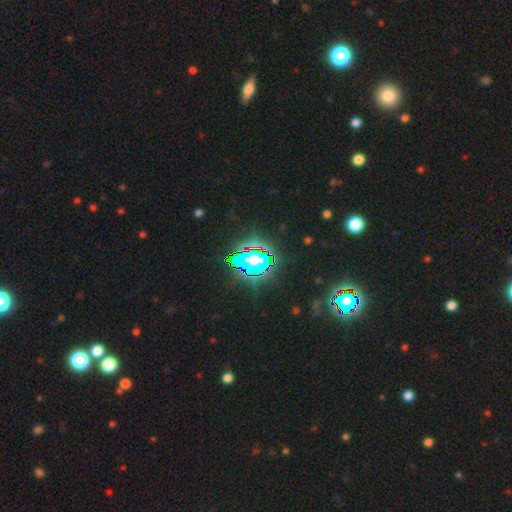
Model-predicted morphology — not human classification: Smooth or featured: star or artifact — 73% (smooth — 15%)